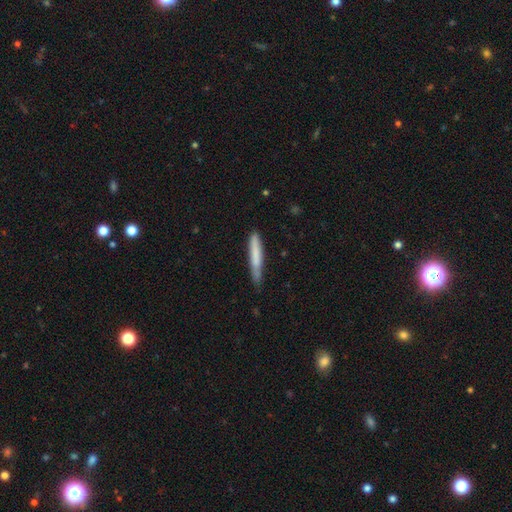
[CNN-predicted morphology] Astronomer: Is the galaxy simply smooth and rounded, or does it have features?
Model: smooth — 74%.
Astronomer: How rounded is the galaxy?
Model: cigar-shaped — 93%.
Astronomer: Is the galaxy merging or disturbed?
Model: none — 66%.